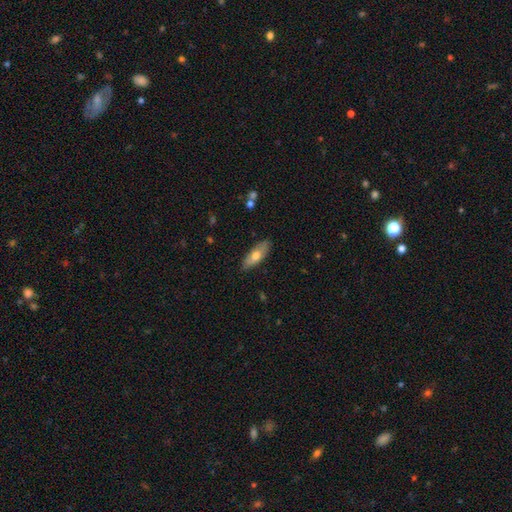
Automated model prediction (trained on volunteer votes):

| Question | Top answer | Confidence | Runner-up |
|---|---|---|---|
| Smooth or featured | smooth | 64% | featured or disk (30%) |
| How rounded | in between | 69% | cigar-shaped (28%) |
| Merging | none | 85% | minor disturbance (11%) |